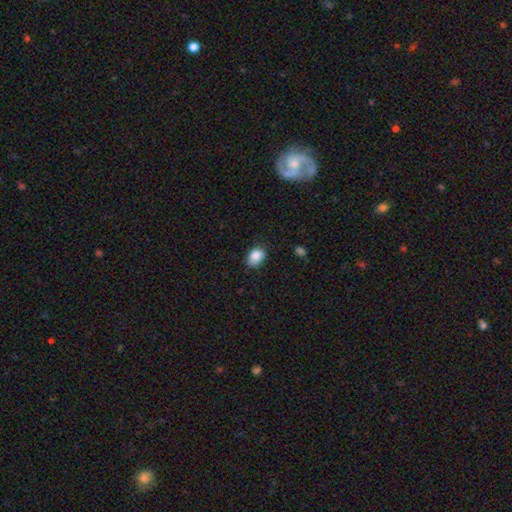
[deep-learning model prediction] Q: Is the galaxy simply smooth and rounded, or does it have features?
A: smooth — 86%.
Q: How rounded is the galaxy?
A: in between — 73%.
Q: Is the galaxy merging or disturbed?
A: none — 75%.